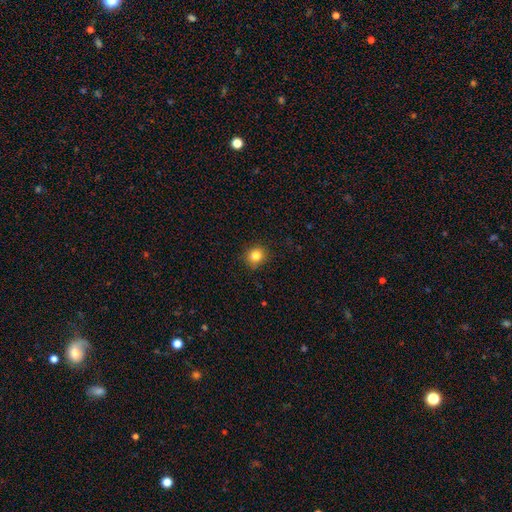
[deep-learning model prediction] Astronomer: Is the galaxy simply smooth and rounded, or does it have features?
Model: smooth — 83%.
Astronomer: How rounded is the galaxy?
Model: round — 80%.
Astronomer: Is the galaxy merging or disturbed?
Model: none — 84%.